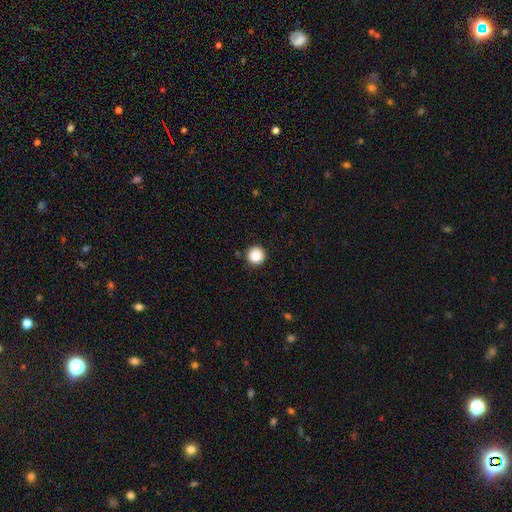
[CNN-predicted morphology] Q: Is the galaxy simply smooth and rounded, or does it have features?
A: smooth — 87%.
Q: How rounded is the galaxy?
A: round — 96%.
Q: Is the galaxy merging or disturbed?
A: none — 91%.